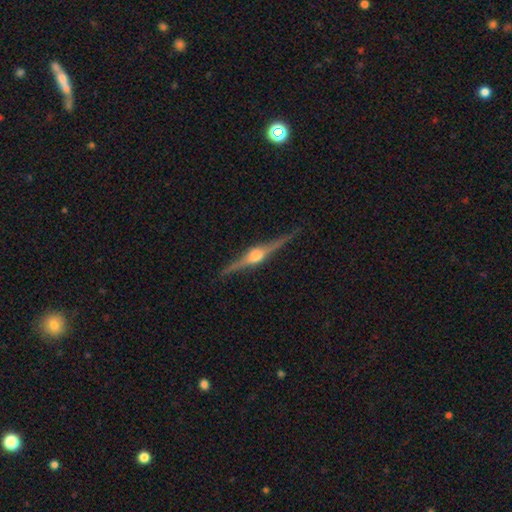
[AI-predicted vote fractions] Smooth or featured: featured or disk — 86% (smooth — 8%)
Edge-on disk: yes — 98% (no — 2%)
Edge-on bulge: rounded — 92% (boxy — 7%)
Merging: none — 88% (minor disturbance — 9%)